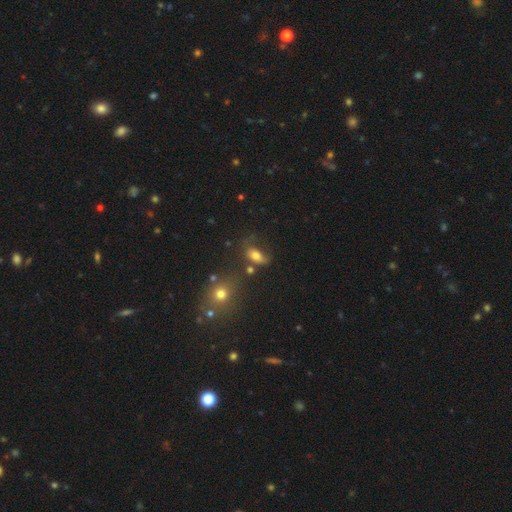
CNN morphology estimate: A smooth galaxy with no disk features (71%) that is in between round and cigar-shaped (81%). Merging: none (45%).